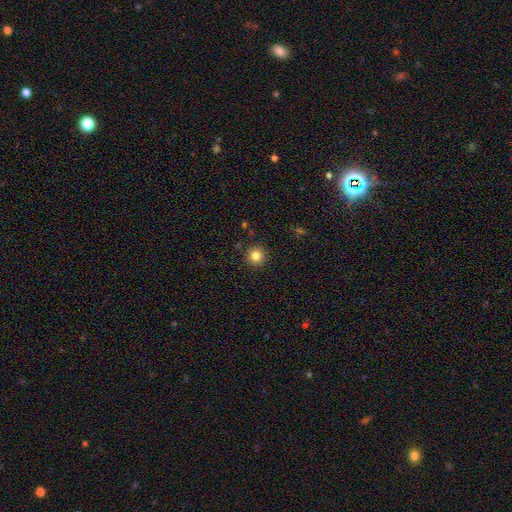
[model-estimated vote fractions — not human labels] Morphology: type=smooth (83%); roundness=round (95%); merging=none (91%).